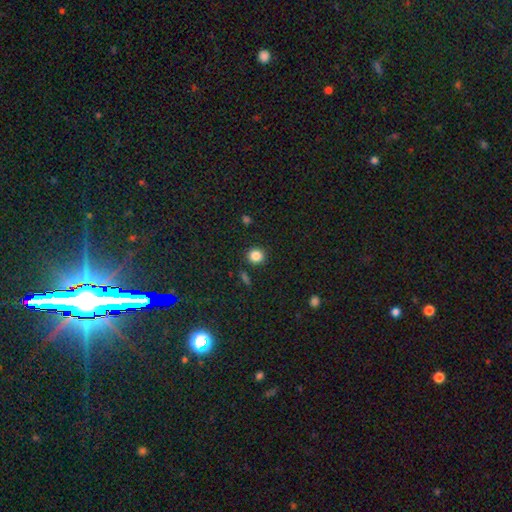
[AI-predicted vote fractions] Smooth or featured? Predicted: smooth (p=0.85). How rounded? Predicted: round (p=0.88). Merging? Predicted: none (p=0.89).